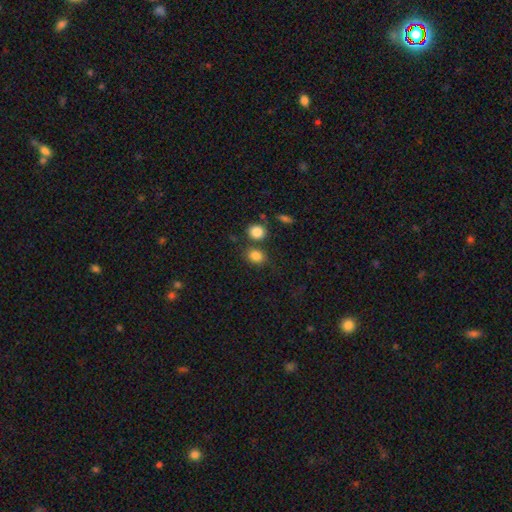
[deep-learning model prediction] Overall: smooth (84%). How rounded: round (52%; in between 47%). Merging: none (67%).